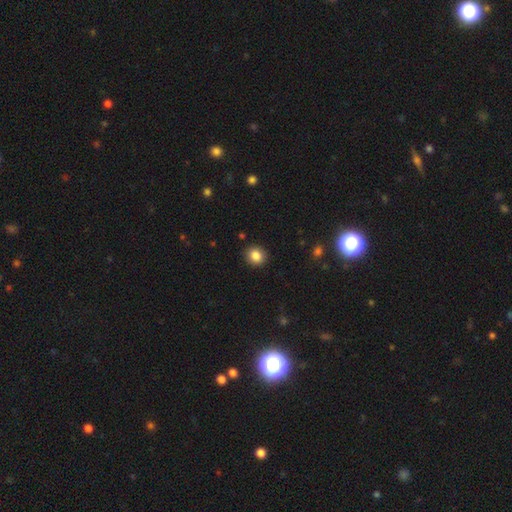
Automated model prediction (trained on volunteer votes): A smooth galaxy with no disk features (86%) that is round (74%). Merging: none (91%).